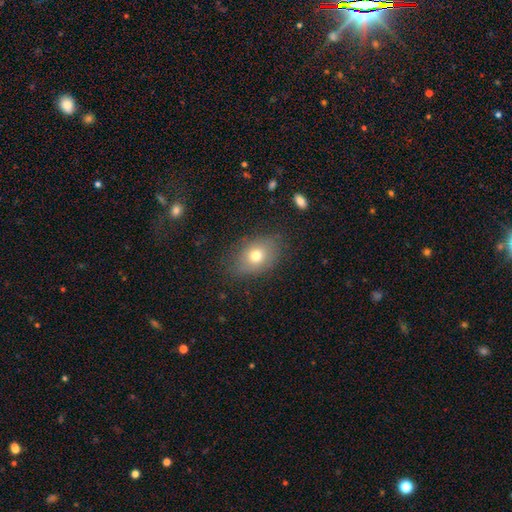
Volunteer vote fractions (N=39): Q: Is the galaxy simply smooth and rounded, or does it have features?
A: smooth — 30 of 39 (77%).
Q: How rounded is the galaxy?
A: in between — 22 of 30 (73%).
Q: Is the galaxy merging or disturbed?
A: none — 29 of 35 (83%).